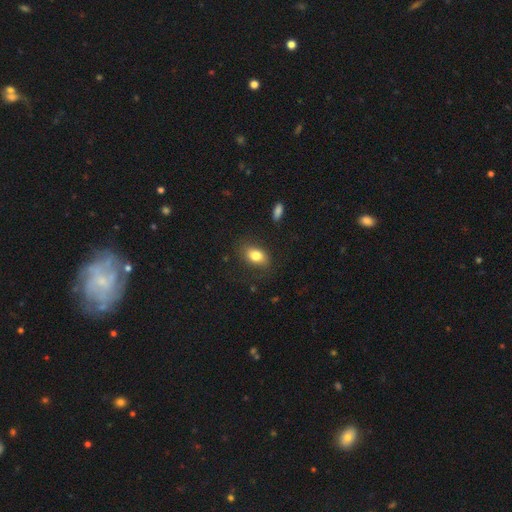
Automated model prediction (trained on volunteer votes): Smooth or featured? Predicted: smooth (p=0.80). How rounded? Predicted: in between (p=0.84). Merging? Predicted: none (p=0.76).